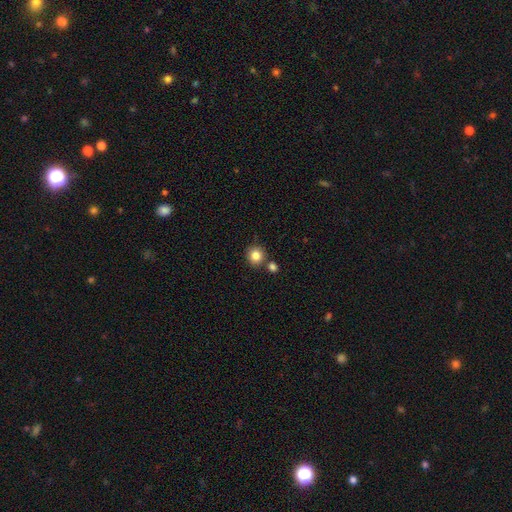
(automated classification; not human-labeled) A smooth galaxy with no disk features (84%) that is round (89%).

Vote fractions:
- Smooth or featured? smooth: 84% / star or artifact: 10% / featured or disk: 6%
- How rounded? round: 89% / in between: 10% / cigar-shaped: 1%
- Merging? none: 76% / merger: 13% / minor disturbance: 8% / major disturbance: 2%